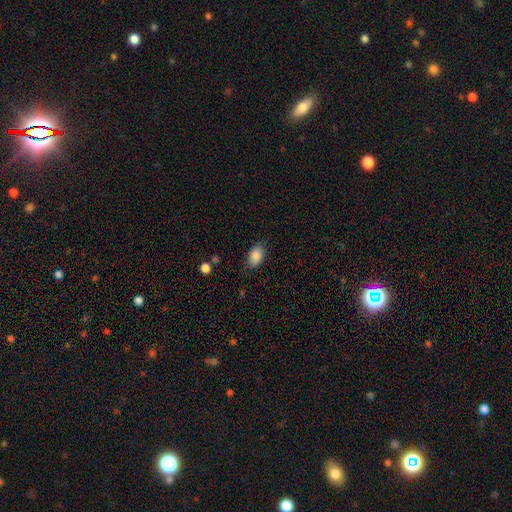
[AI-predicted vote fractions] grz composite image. It shows a smooth galaxy with no disk features (87%) that is in between round and cigar-shaped (90%). Merging: none (82%).